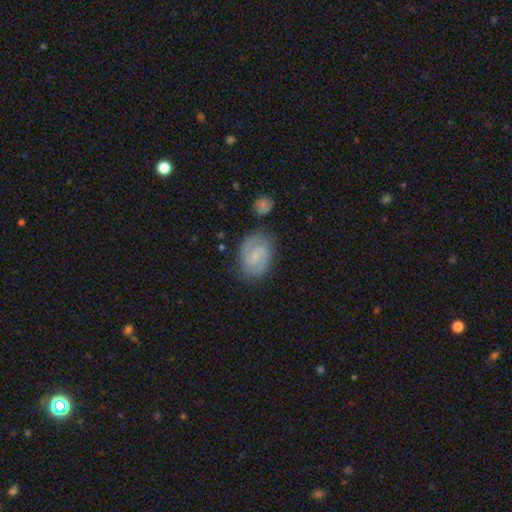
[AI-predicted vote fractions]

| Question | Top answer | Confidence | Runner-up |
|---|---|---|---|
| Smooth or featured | featured or disk | 69% | smooth (24%) |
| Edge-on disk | no | 97% | yes (3%) |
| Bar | weak | 57% | no (27%) |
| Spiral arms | yes | 93% | no (7%) |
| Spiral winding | medium | 49% | tight (35%) |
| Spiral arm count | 2 | 83% | can't tell (9%) |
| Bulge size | small | 53% | none (28%) |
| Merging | none | 76% | minor disturbance (15%) |